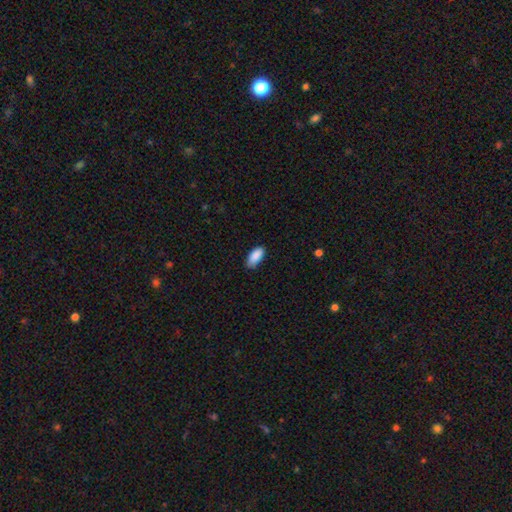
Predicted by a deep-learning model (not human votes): Q: Smooth or featured?
A: smooth (90%); runner-up: star or artifact (6%)
Q: How rounded?
A: in between (89%); runner-up: cigar-shaped (9%)
Q: Merging?
A: none (80%); runner-up: minor disturbance (17%)